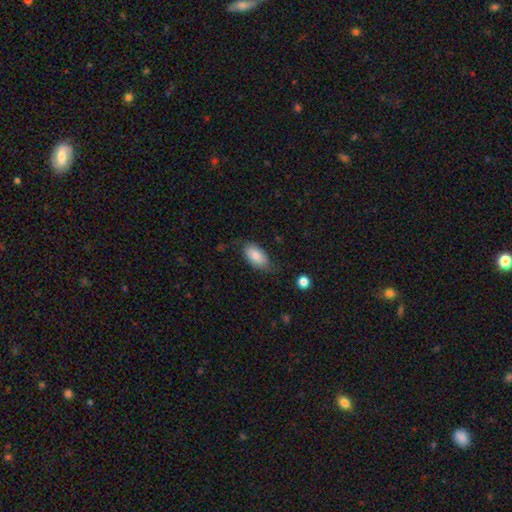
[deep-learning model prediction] smooth 80%, featured or disk 14%, star or artifact 7%. Down the decision tree: how rounded — in between (93%); merging — none (66%).